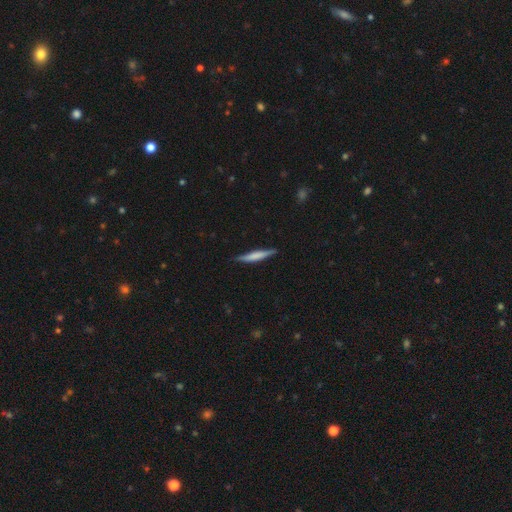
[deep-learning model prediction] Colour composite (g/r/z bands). It shows a smooth galaxy with no disk features (55%) that is cigar-shaped (92%). Merging: none (85%).